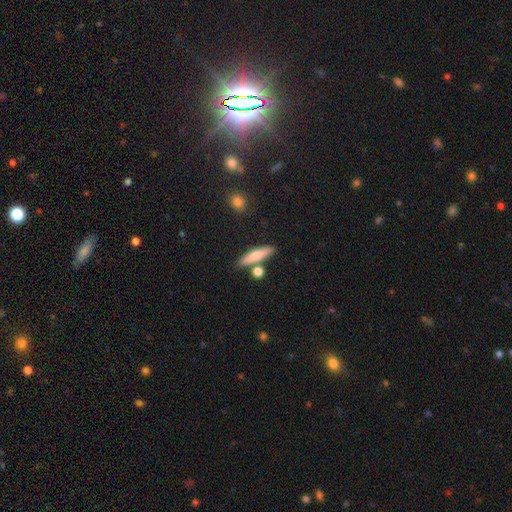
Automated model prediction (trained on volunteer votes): smooth-or-featured: smooth: 72% | featured or disk: 22% | star or artifact: 6%
  how-rounded: cigar-shaped: 76% | in between: 20% | round: 4%
  merging: none: 75% | merger: 12% | minor disturbance: 10% | major disturbance: 3%